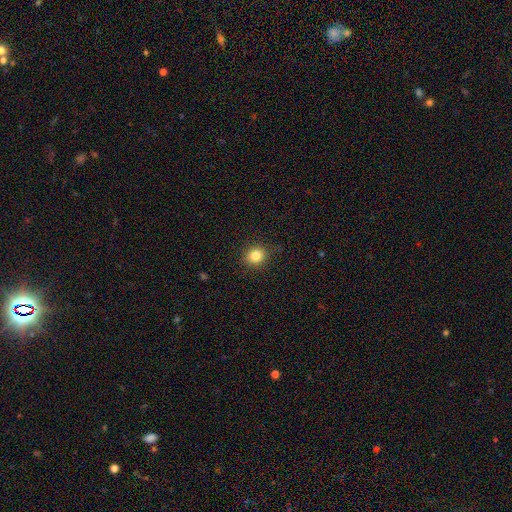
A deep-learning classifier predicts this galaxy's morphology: Smooth or featured: smooth — 84% (star or artifact — 11%)
How rounded: round — 83% (in between — 16%)
Merging: none — 88% (minor disturbance — 9%)